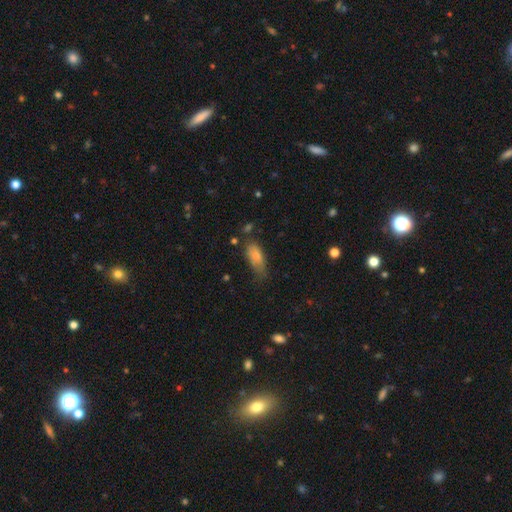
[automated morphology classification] Smooth or featured? smooth (80%)
How rounded? in between (78%)
Merging? none (43%)